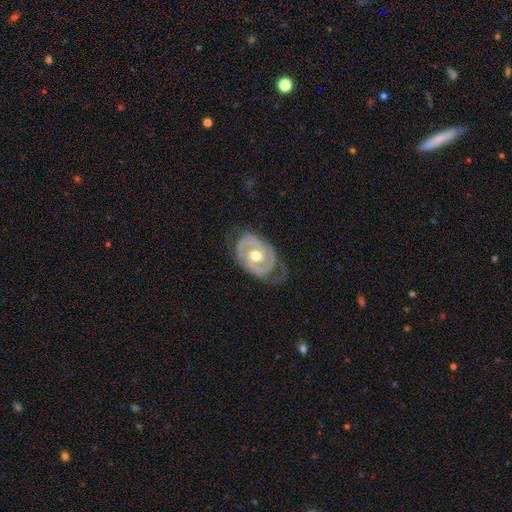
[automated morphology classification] The model was most divided on "spiral winding": tight: 54%, medium: 33%, loose: 13%. More confident: edge-on disk — no (96%); spiral arms — yes (85%); smooth or featured — featured or disk (84%); bulge size — moderate (80%); spiral arm count — 2 (71%); bar — no (62%); merging — none (60%).